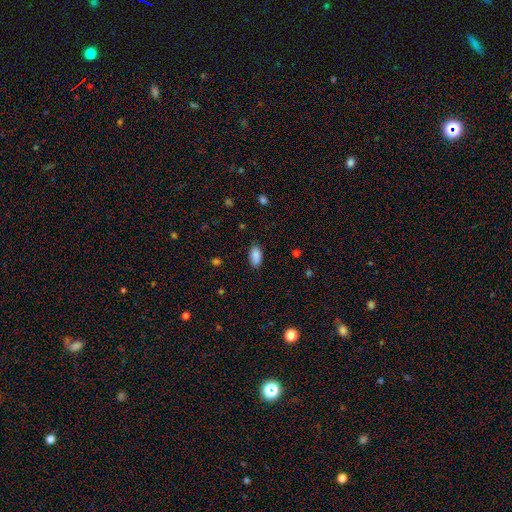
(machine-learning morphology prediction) Smooth or featured? Predicted: smooth (p=0.89). How rounded? Predicted: in between (p=0.94). Merging? Predicted: none (p=0.84).